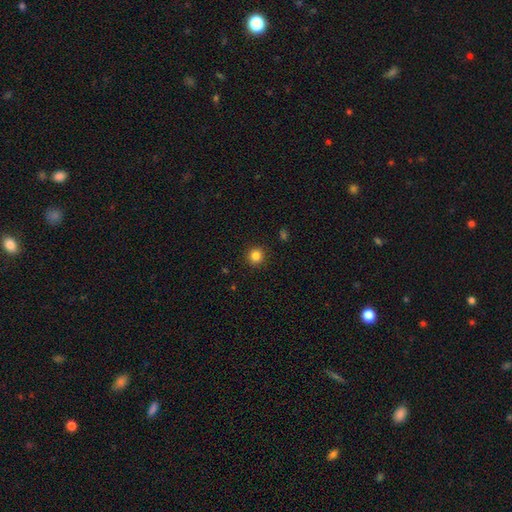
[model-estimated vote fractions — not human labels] Smooth or featured?
  - smooth: 84% *
  - star or artifact: 11%
  - featured or disk: 4%
How rounded?
  - round: 94% *
  - in between: 5%
  - cigar-shaped: 1%
Merging?
  - none: 92% *
  - minor disturbance: 5%
  - major disturbance: 2%
  - merger: 1%